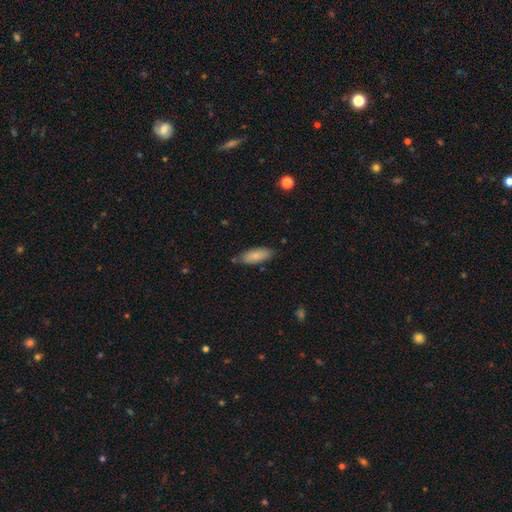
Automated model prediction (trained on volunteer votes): smooth-or-featured: smooth: 84% | featured or disk: 10% | star or artifact: 6%
  how-rounded: in between: 75% | cigar-shaped: 23% | round: 2%
  merging: none: 77% | minor disturbance: 16% | merger: 4% | major disturbance: 3%